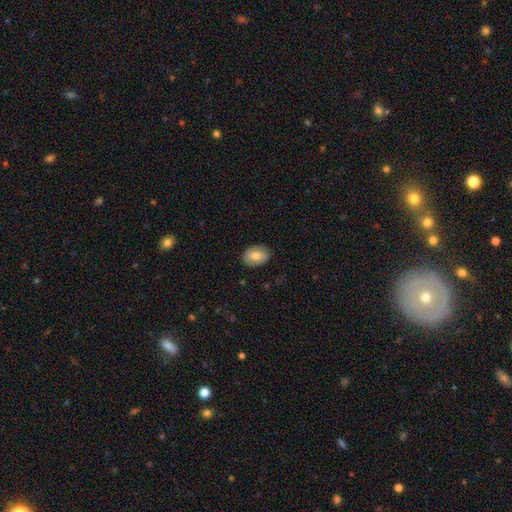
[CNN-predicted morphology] type=smooth (76%); roundness=in between (82%); merging=none (87%).